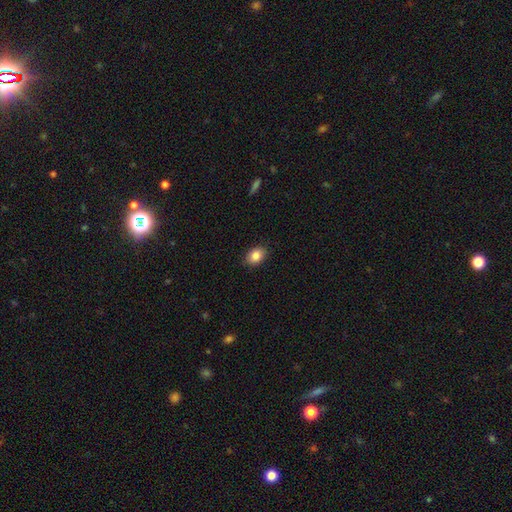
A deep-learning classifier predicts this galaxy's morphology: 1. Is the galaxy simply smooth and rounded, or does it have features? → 86% smooth, 8% star or artifact, 6% featured or disk.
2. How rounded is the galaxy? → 76% in between, 23% round, 1% cigar-shaped.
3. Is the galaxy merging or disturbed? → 87% none, 9% minor disturbance, 2% major disturbance, 1% merger.